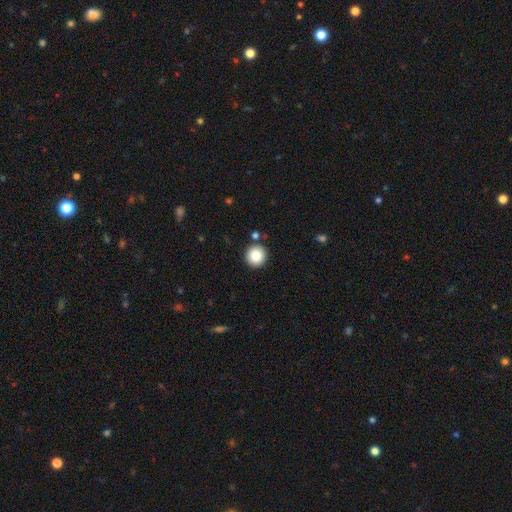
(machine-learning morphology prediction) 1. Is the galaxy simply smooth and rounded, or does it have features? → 86% smooth, 9% star or artifact, 5% featured or disk.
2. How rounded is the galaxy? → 94% round, 5% in between, 1% cigar-shaped.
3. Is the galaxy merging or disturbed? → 89% none, 6% minor disturbance, 3% merger, 2% major disturbance.